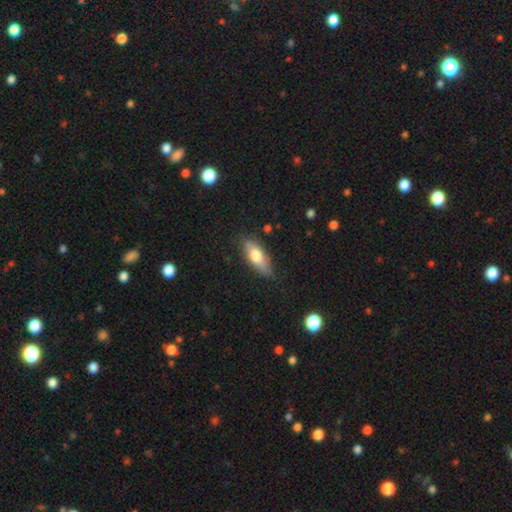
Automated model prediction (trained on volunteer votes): Smooth or featured? Predicted: smooth (p=0.66). How rounded? Predicted: in between (p=0.64). Merging? Predicted: none (p=0.77).